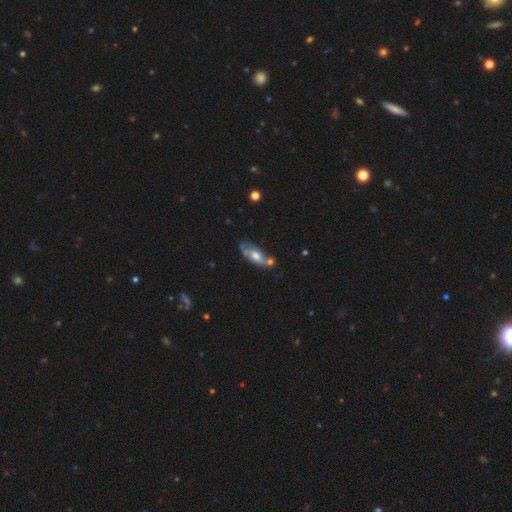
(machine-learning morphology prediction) A featured or disk galaxy (55%).

Vote fractions:
- Smooth or featured? featured or disk: 55% / smooth: 38% / star or artifact: 7%
- Edge-on disk? no: 74% / yes: 26%
- Merging? none: 44% / minor disturbance: 23% / merger: 22% / major disturbance: 11%